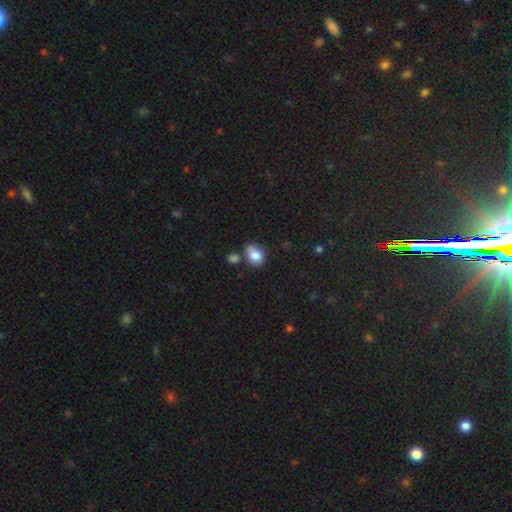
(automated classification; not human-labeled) This appears to be a smooth galaxy with no disk features (83%) that is in between round and cigar-shaped (65%). Merging: none (49%).